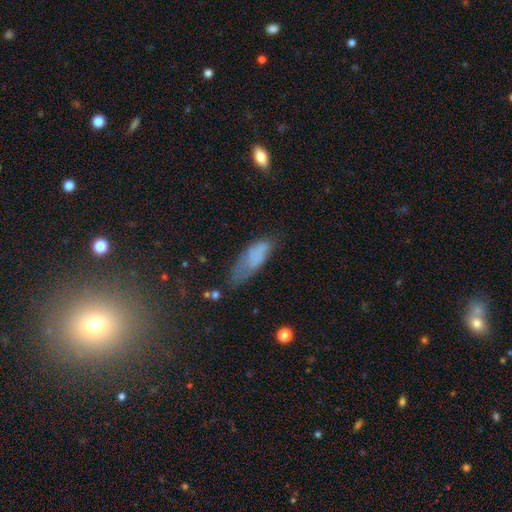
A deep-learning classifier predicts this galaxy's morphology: This is likely a smooth galaxy (73%). How rounded: likely in between (64%). Merging: marginally none (37%).